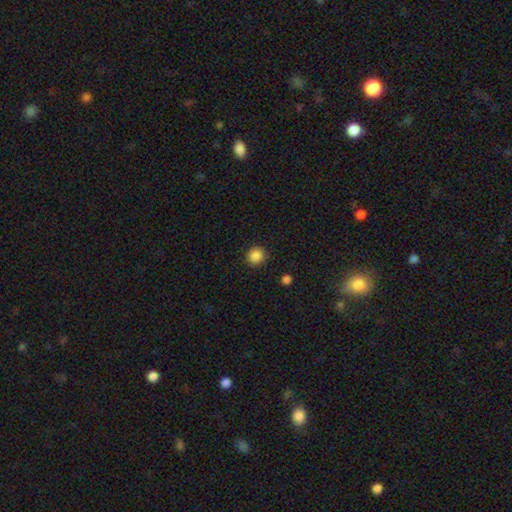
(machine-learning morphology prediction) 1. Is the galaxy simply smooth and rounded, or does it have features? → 87% smooth, 10% star or artifact, 3% featured or disk.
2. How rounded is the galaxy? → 90% round, 9% in between, 1% cigar-shaped.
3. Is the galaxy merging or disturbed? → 90% none, 7% minor disturbance, 2% major disturbance, 1% merger.